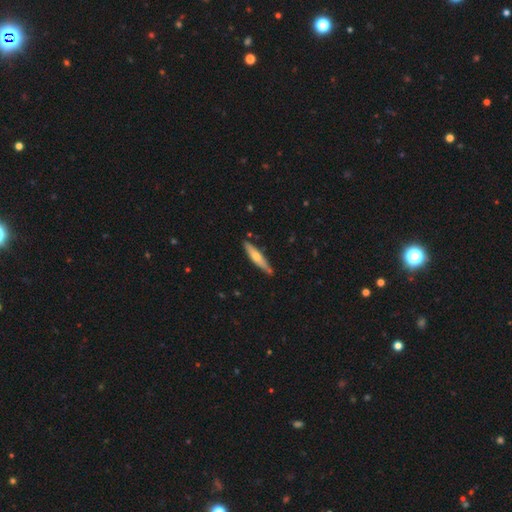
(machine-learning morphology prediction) A featured or disk galaxy (54%) viewed edge-on (91%).

Vote fractions:
- Smooth or featured? featured or disk: 54% / smooth: 40% / star or artifact: 6%
- Edge-on disk? yes: 91% / no: 9%
- Merging? none: 86% / minor disturbance: 11% / major disturbance: 2% / merger: 2%